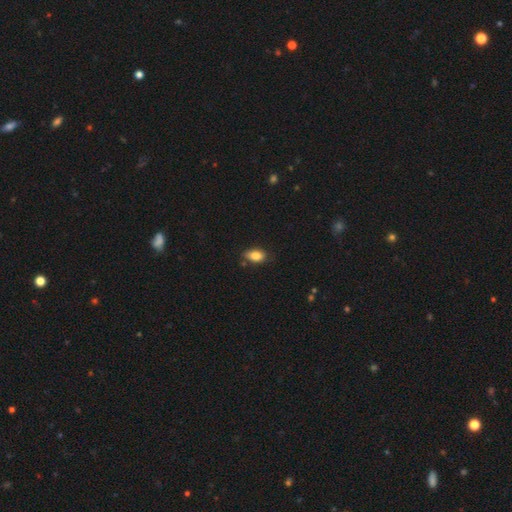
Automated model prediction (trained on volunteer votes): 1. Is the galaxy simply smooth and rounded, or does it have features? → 84% smooth, 8% star or artifact, 8% featured or disk.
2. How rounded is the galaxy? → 90% in between, 7% round, 3% cigar-shaped.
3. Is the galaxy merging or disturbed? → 76% none, 19% minor disturbance, 3% major disturbance, 2% merger.